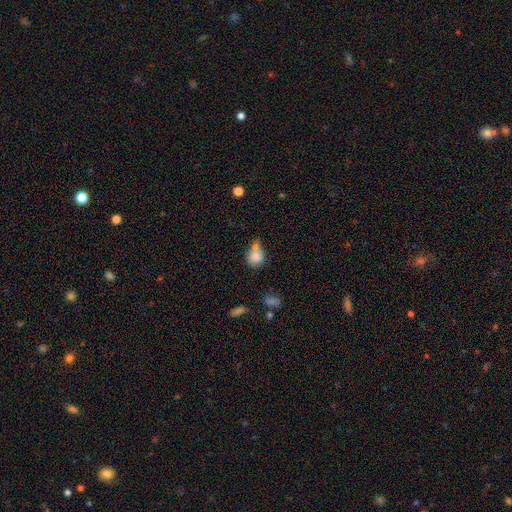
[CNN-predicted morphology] The model was most divided on "merging" (2-way tie): merger: 37%, none: 37%, minor disturbance: 18%, major disturbance: 8%. More confident: smooth or featured — smooth (81%); how rounded — round (70%).